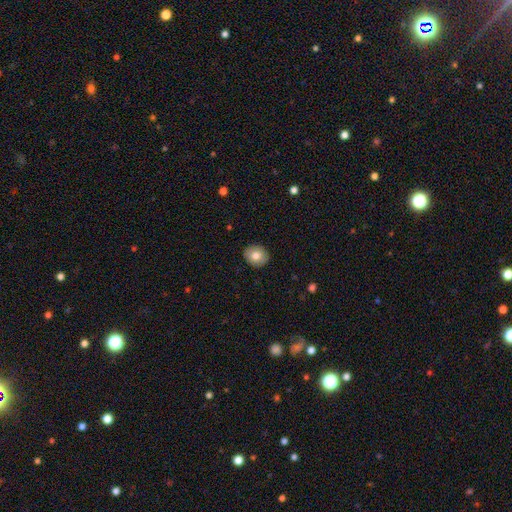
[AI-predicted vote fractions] The model was most divided on "how rounded": round: 69%, in between: 30%, cigar-shaped: 1%. More confident: merging — none (90%); smooth or featured — smooth (78%).